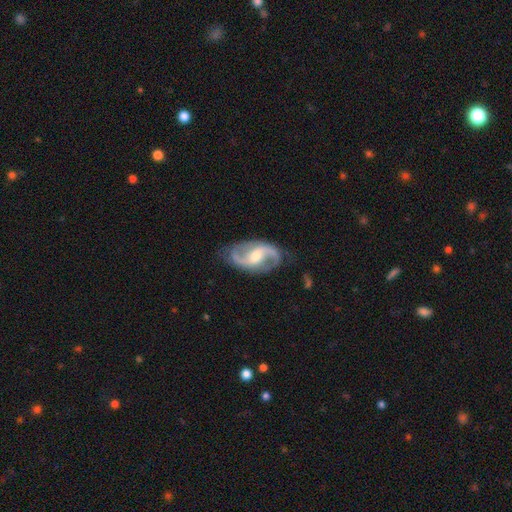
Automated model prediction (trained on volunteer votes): smooth-or-featured: featured or disk: 91% | smooth: 5% | star or artifact: 4%
  disk-edge-on: no: 97% | yes: 3%
    bar: weak: 48% | no: 29% | strong: 23%
    has-spiral-arms: yes: 97% | no: 3%
      spiral-winding: medium: 47% | loose: 41% | tight: 12%
      spiral-arm-count: 2: 93% | can't tell: 2% | 3: 1% | 1: 1% | 4: 1% | more than 4: 1%
    bulge-size: moderate: 60% | small: 34% | large: 4% | none: 2% | dominant: 1%
  merging: none: 80% | minor disturbance: 14% | major disturbance: 5% | merger: 1%